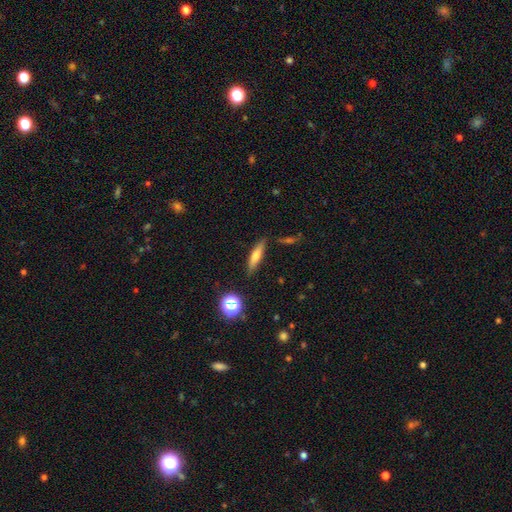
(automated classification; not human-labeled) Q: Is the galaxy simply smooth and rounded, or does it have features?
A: smooth — 62%.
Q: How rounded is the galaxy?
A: cigar-shaped — 73%.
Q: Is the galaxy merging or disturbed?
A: none — 82%.